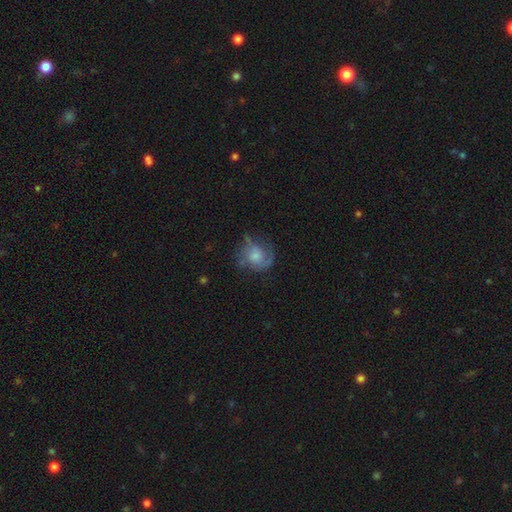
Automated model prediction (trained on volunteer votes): Smooth or featured? featured or disk (50%)
Merging? none (51%)